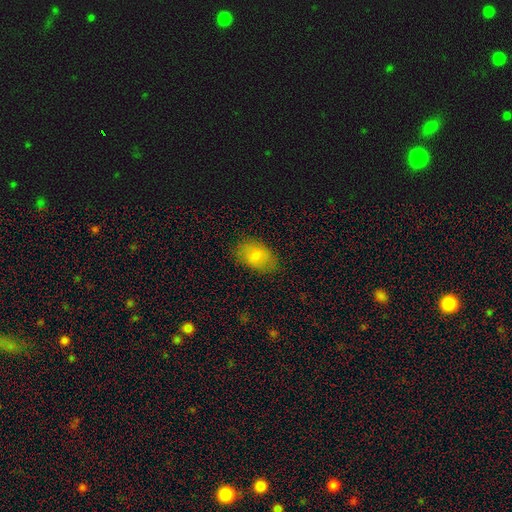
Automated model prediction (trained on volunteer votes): Smooth or featured? smooth (81%)
How rounded? in between (88%)
Merging? none (79%)